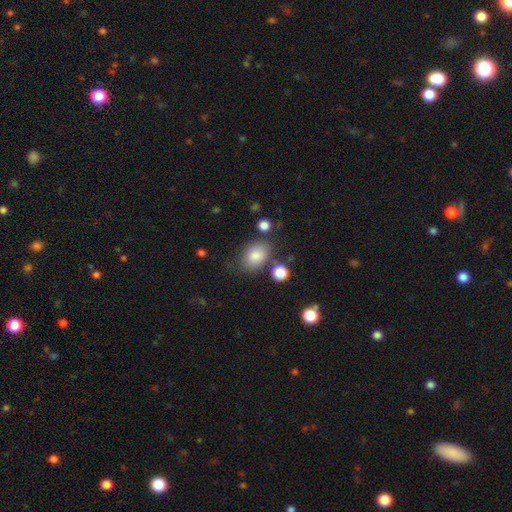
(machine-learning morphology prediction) The model was most divided on "merging": none: 68%, minor disturbance: 18%, merger: 7%, major disturbance: 6%. More confident: smooth or featured — smooth (82%); how rounded — in between (76%).